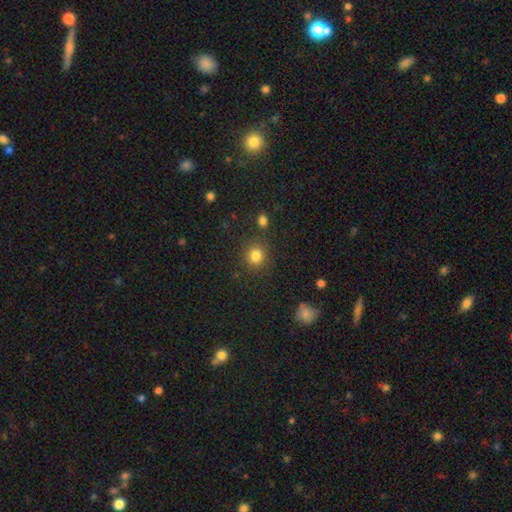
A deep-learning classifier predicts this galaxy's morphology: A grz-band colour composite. It shows a smooth galaxy with no disk features (82%) that is round (89%). Merging: none (85%).